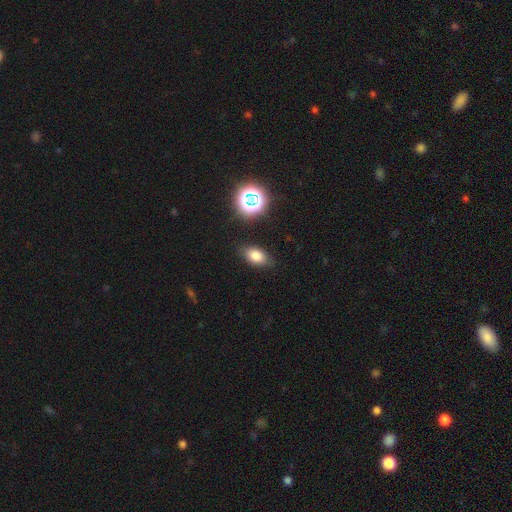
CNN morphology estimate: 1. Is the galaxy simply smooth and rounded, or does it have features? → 77% smooth, 14% star or artifact, 9% featured or disk.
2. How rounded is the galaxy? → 87% in between, 10% round, 3% cigar-shaped.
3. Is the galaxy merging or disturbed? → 83% none, 12% minor disturbance, 3% major disturbance, 2% merger.